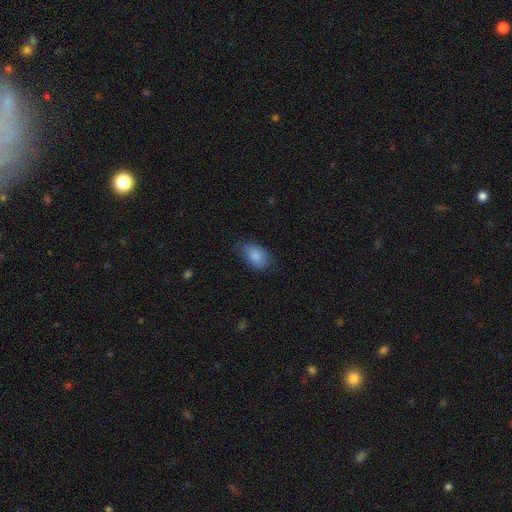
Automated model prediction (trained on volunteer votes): Q: Smooth or featured?
A: smooth (86%); runner-up: featured or disk (7%)
Q: How rounded?
A: in between (89%); runner-up: round (9%)
Q: Merging?
A: none (66%); runner-up: minor disturbance (26%)